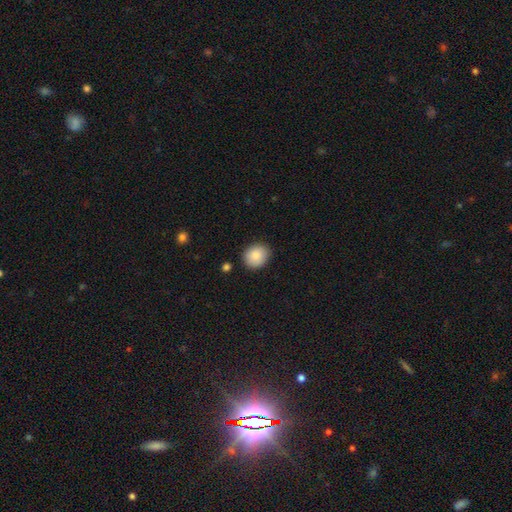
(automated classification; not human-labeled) Overall: smooth (87%). How rounded: round (65%; in between 34%). Merging: none (87%).